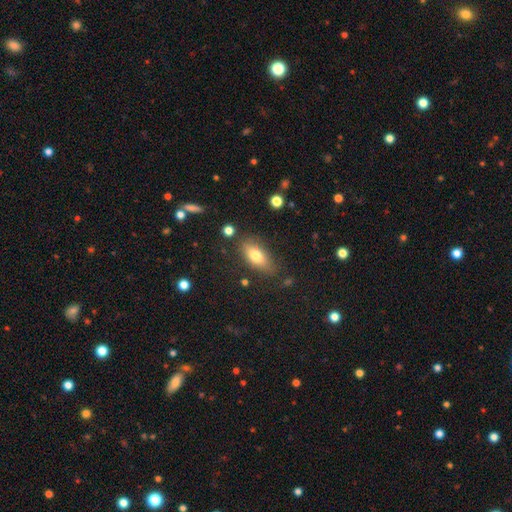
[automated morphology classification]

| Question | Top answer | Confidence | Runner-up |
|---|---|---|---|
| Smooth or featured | smooth | 74% | featured or disk (18%) |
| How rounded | in between | 83% | cigar-shaped (12%) |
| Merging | none | 76% | minor disturbance (16%) |